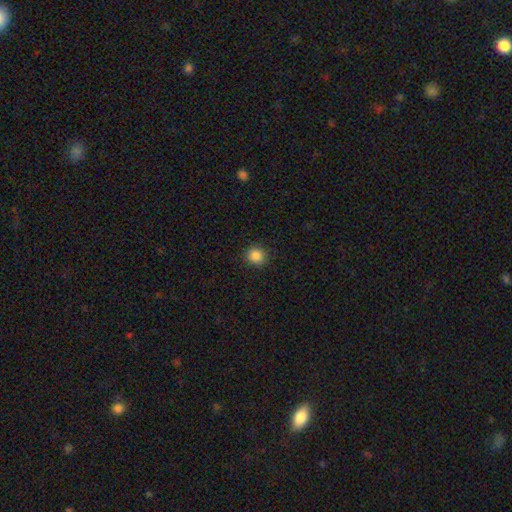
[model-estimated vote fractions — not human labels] The model was most divided on "smooth or featured": smooth: 86%, star or artifact: 10%, featured or disk: 3%. More confident: merging — none (90%); how rounded — round (90%).